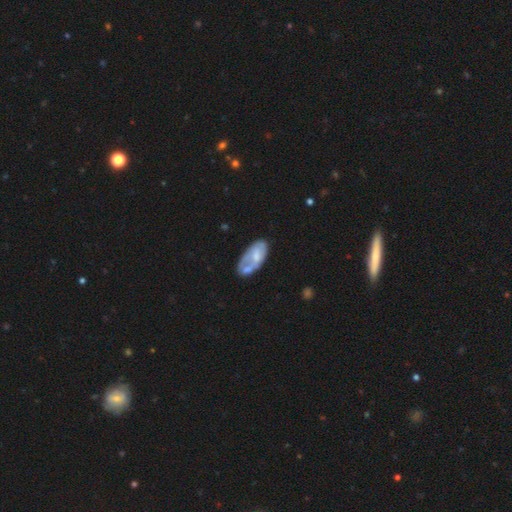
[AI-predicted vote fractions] Morphology: type=featured or disk (47%); merging=none (37%).